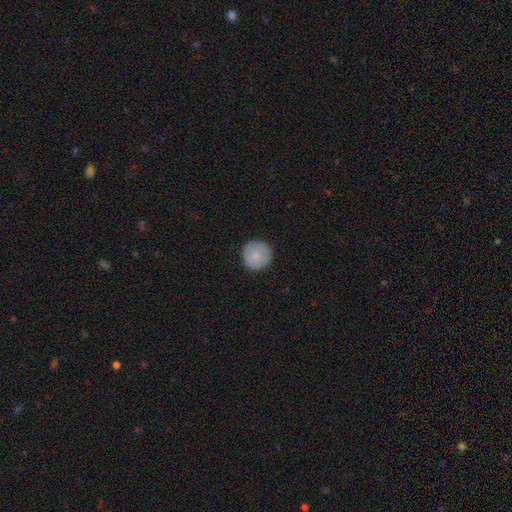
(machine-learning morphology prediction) smooth_or_featured: smooth (p=0.82) [alt: featured or disk p=0.11]
how_rounded: round (p=0.96) [alt: in between p=0.03]
merging: none (p=0.88) [alt: minor disturbance p=0.09]